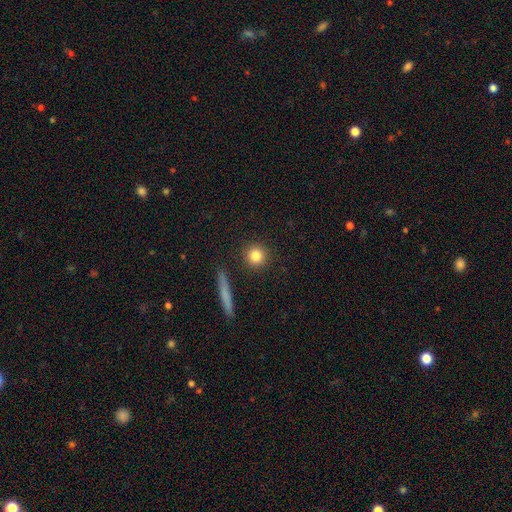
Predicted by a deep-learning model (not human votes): Morphology: type=smooth (83%); roundness=round (93%); merging=none (90%).